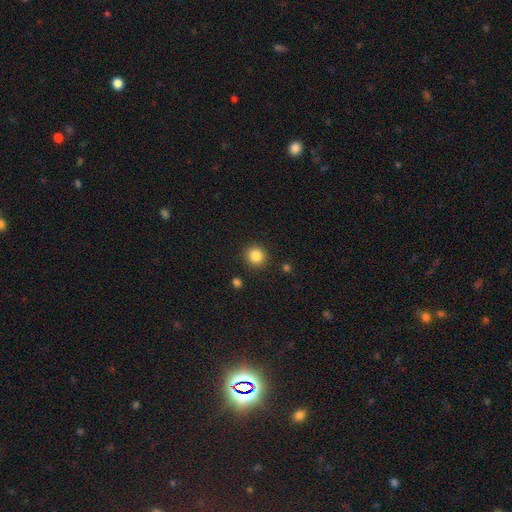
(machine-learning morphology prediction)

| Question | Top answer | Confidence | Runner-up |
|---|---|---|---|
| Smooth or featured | smooth | 85% | star or artifact (10%) |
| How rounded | round | 91% | in between (8%) |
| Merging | none | 90% | minor disturbance (6%) |